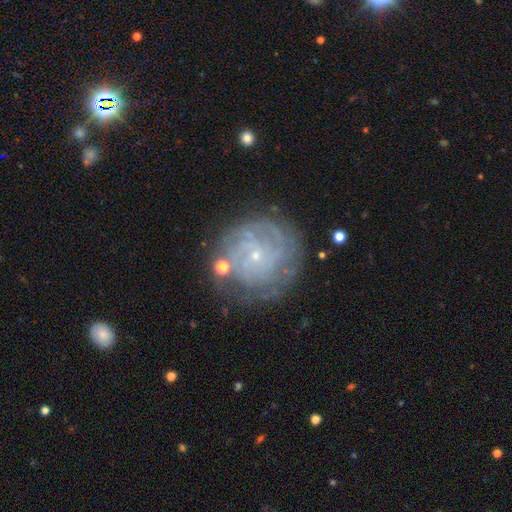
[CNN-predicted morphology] This appears to be a featured or disk galaxy (78%) with no bar (80%), tight (77%) spiral arms (90%) and a small central bulge (88%). Merging: none (74%).